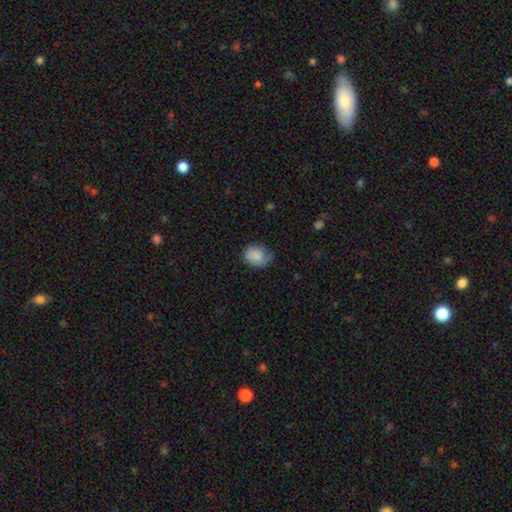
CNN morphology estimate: A smooth galaxy with no disk features (84%) that is in between round and cigar-shaped (58%). Merging: none (56%).